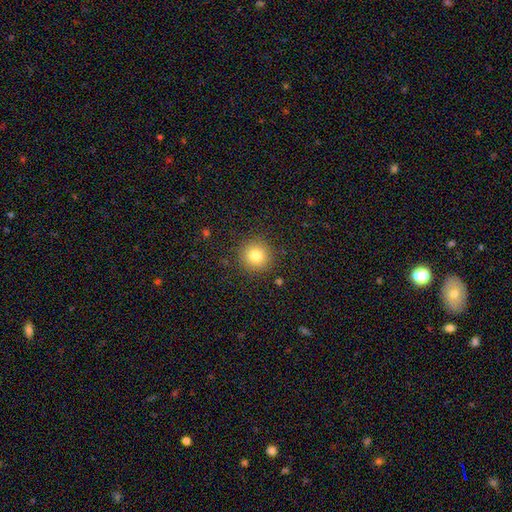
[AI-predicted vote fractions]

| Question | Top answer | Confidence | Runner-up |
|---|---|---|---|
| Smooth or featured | smooth | 81% | star or artifact (12%) |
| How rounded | round | 94% | in between (5%) |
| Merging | none | 90% | minor disturbance (7%) |